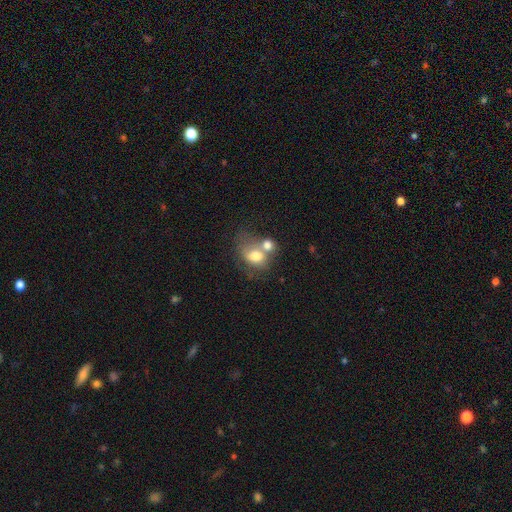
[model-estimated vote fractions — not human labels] A smooth galaxy with no disk features (69%) that is in between round and cigar-shaped (57%).

Vote fractions:
- Smooth or featured? smooth: 69% / featured or disk: 22% / star or artifact: 9%
- How rounded? in between: 57% / round: 42% / cigar-shaped: 1%
- Merging? merger: 56% / none: 22% / minor disturbance: 12% / major disturbance: 10%